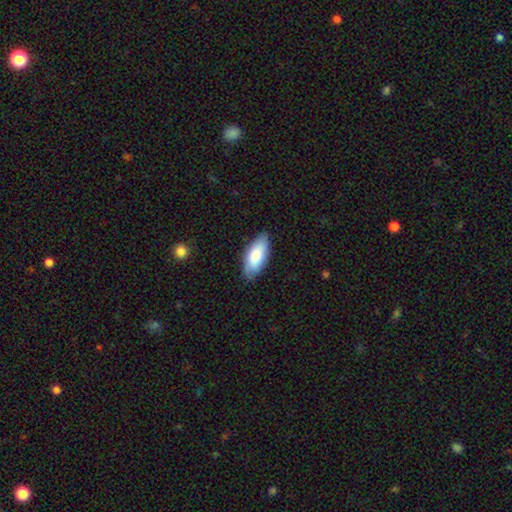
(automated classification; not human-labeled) Overall: smooth (79%). How rounded: in between (87%). Merging: none (80%).